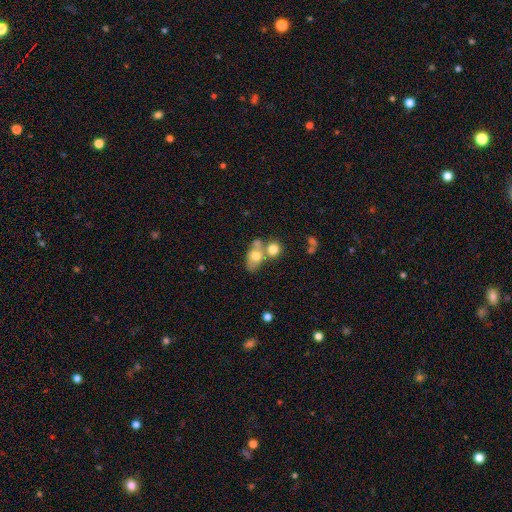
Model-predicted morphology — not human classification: smooth-or-featured: smooth: 67% | featured or disk: 24% | star or artifact: 9%
  how-rounded: in between: 71% | round: 26% | cigar-shaped: 3%
  merging: merger: 50% | none: 33% | minor disturbance: 11% | major disturbance: 6%